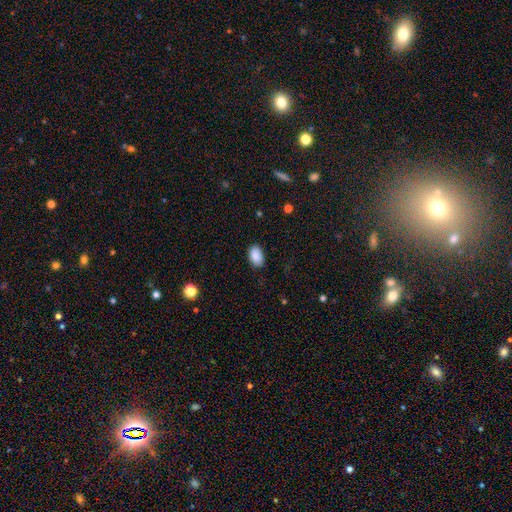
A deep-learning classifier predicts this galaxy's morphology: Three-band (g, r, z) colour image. It shows a smooth galaxy with no disk features (89%) that is in between round and cigar-shaped (92%). Merging: none (86%).